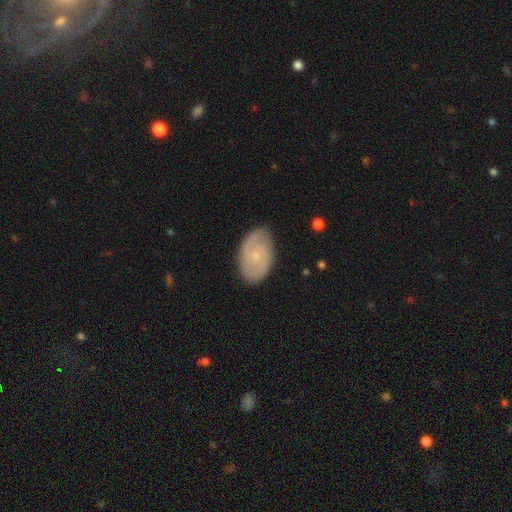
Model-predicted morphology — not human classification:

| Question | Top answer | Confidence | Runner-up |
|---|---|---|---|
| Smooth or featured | featured or disk | 60% | smooth (33%) |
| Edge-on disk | no | 95% | yes (5%) |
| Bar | no | 73% | weak (24%) |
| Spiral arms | yes | 81% | no (19%) |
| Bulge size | small | 78% | moderate (17%) |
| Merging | none | 81% | minor disturbance (15%) |